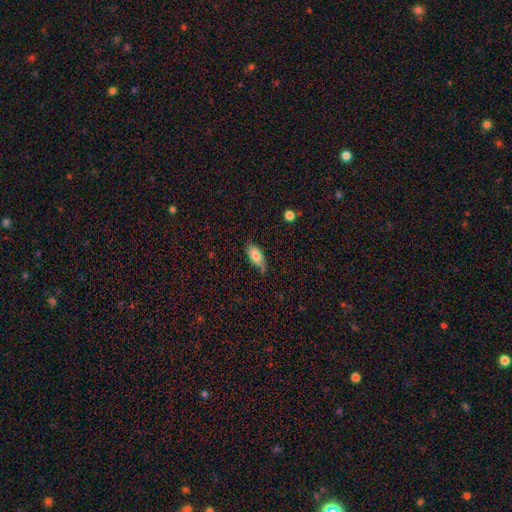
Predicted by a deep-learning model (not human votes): Overall: smooth (77%). How rounded: in between (89%). Merging: none (62%; minor disturbance 29%).